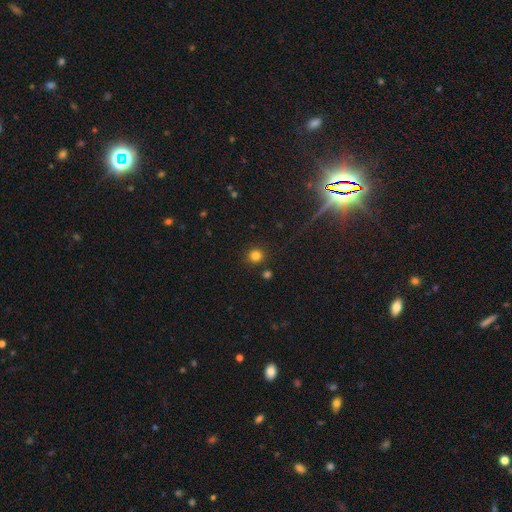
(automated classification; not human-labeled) Smooth or featured? smooth (81%)
How rounded? round (93%)
Merging? none (87%)